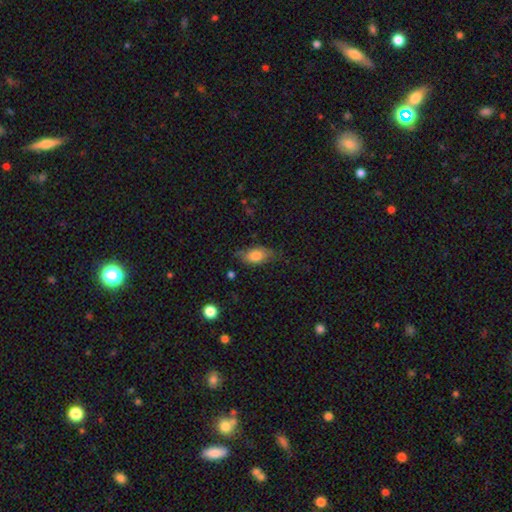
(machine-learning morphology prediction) Q: Smooth or featured?
A: smooth (75%); runner-up: featured or disk (17%)
Q: How rounded?
A: in between (86%); runner-up: round (8%)
Q: Merging?
A: none (65%); runner-up: minor disturbance (27%)